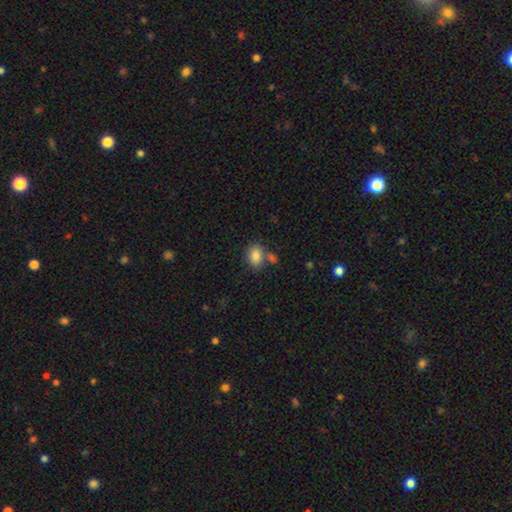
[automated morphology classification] This appears to be a smooth galaxy with no disk features (85%) that is in between round and cigar-shaped (73%). Merging: none (62%).